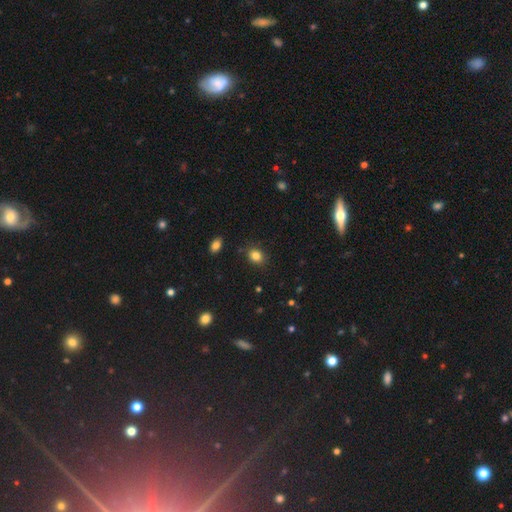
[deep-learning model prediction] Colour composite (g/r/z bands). It shows a smooth galaxy with no disk features (84%) that is in between round and cigar-shaped (51%). Merging: none (83%).